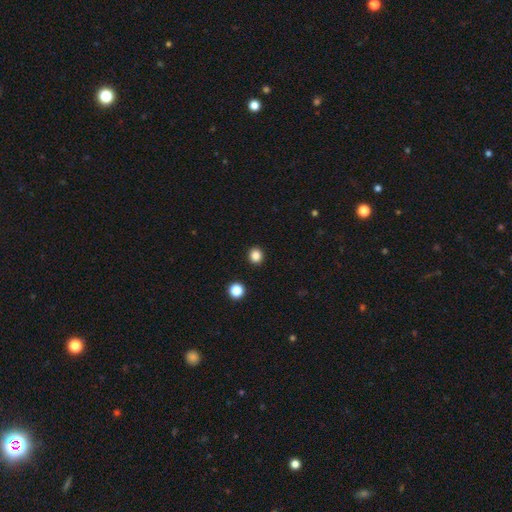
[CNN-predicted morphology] A smooth galaxy with no disk features (85%) that is round (87%). Merging: none (92%).